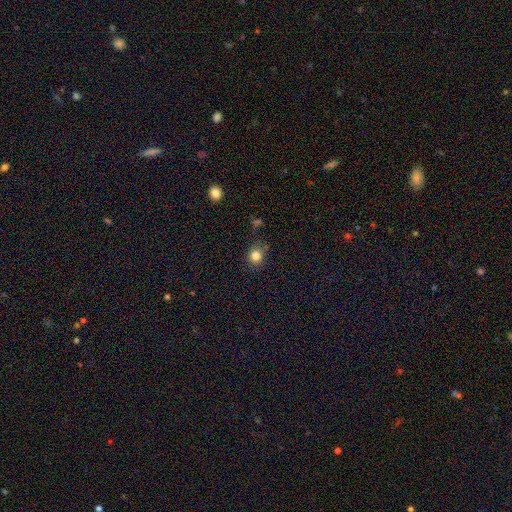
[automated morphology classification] Q: Smooth or featured?
A: smooth (82%); runner-up: star or artifact (12%)
Q: How rounded?
A: round (78%); runner-up: in between (21%)
Q: Merging?
A: none (76%); runner-up: minor disturbance (16%)